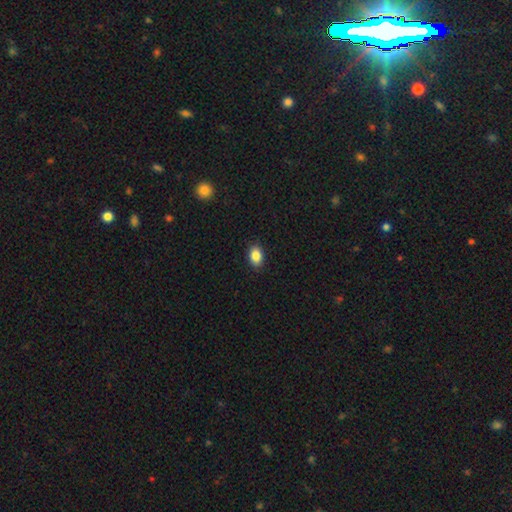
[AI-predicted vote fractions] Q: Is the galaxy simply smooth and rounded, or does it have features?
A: smooth — 86%.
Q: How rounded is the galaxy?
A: in between — 79%.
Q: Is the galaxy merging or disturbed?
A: none — 89%.